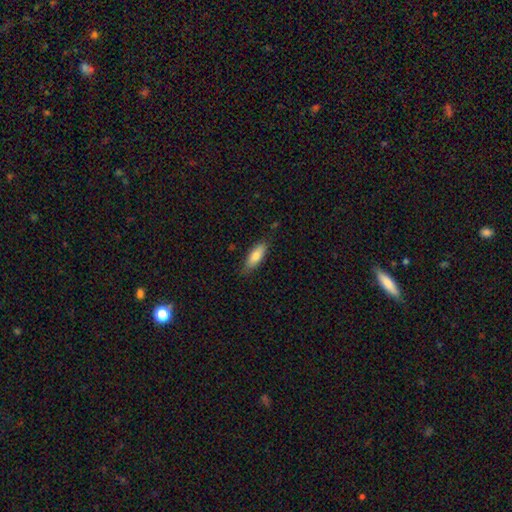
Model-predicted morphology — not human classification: Smooth or featured? smooth (78%)
How rounded? in between (67%)
Merging? none (80%)